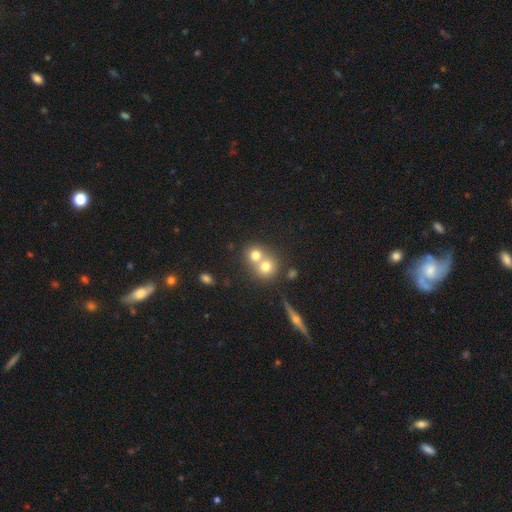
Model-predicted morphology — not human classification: This appears to be a smooth galaxy with no disk features (71%) that is round (80%). Merging: merger (60%).